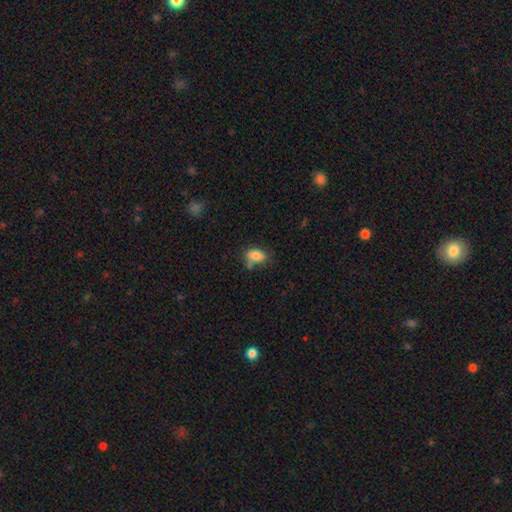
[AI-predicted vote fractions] Smooth or featured? Predicted: smooth (p=0.82). How rounded? Predicted: in between (p=0.88). Merging? Predicted: none (p=0.56).